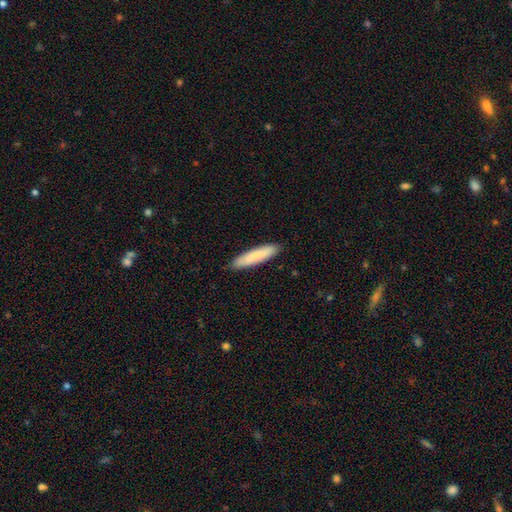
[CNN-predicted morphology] smooth_or_featured: smooth (p=0.84) [alt: featured or disk p=0.11]
how_rounded: cigar-shaped (p=0.86) [alt: in between p=0.13]
merging: none (p=0.89) [alt: minor disturbance p=0.09]